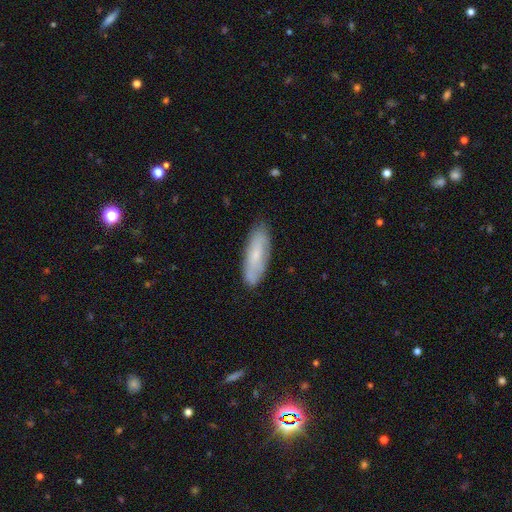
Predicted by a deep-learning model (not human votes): This is possibly a smooth galaxy (60%). How rounded: possibly in between (54%). Merging: clearly none (81%).